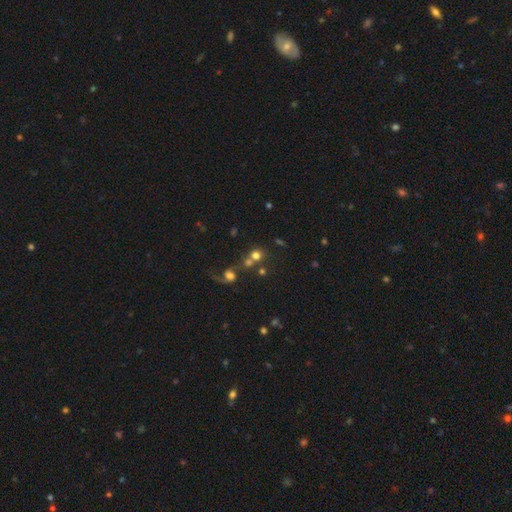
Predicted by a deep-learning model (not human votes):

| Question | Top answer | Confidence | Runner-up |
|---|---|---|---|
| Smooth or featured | smooth | 67% | star or artifact (17%) |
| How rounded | round | 87% | in between (11%) |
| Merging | none | 48% | merger (36%) |